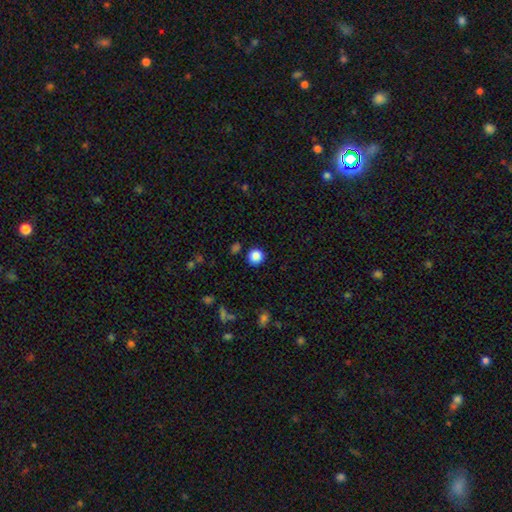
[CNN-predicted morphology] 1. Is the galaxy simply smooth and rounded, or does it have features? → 86% smooth, 10% star or artifact, 4% featured or disk.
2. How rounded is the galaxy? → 93% round, 6% in between, 1% cigar-shaped.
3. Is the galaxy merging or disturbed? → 88% none, 7% minor disturbance, 3% merger, 2% major disturbance.